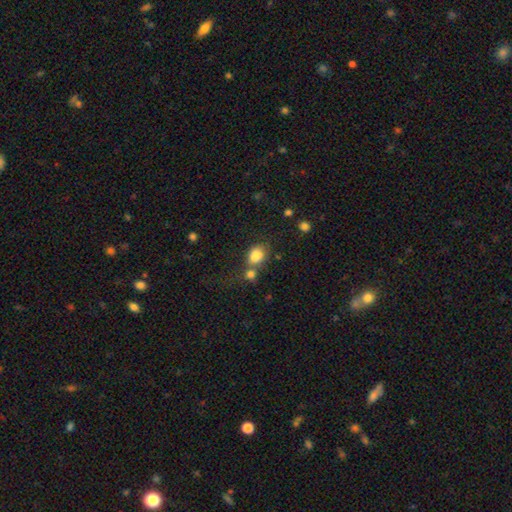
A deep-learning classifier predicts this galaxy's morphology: smooth_or_featured: smooth (p=0.81) [alt: star or artifact p=0.11]
how_rounded: in between (p=0.51) [alt: round p=0.48]
merging: none (p=0.40) [tied with: merger p=0.40]